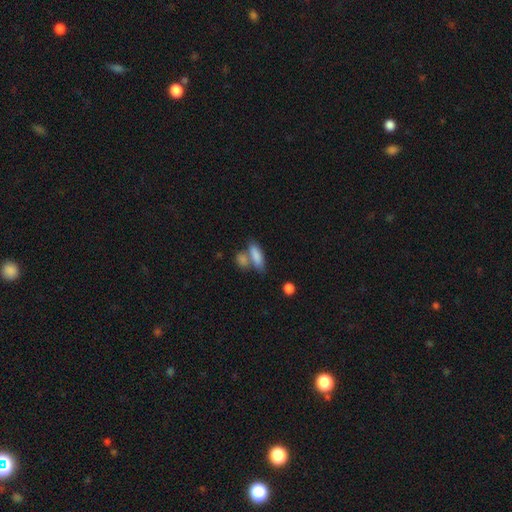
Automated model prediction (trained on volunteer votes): Q: Smooth or featured?
A: smooth (83%); runner-up: featured or disk (10%)
Q: How rounded?
A: in between (61%); runner-up: cigar-shaped (36%)
Q: Merging?
A: none (44%); runner-up: merger (40%)